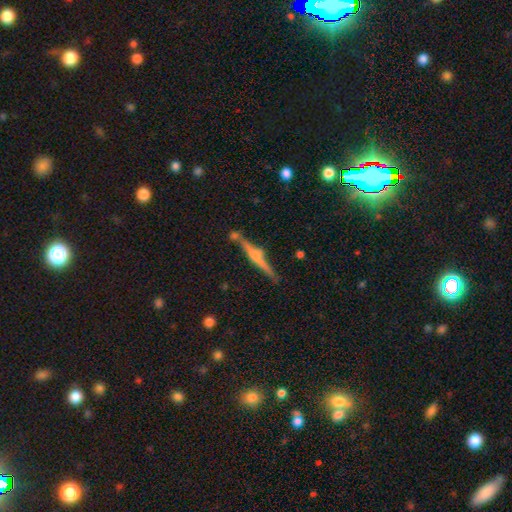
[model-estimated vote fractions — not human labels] Q: Smooth or featured?
A: featured or disk (71%); runner-up: smooth (21%)
Q: Edge-on disk?
A: yes (97%); runner-up: no (3%)
Q: Edge-on bulge?
A: rounded (69%); runner-up: boxy (16%)
Q: Merging?
A: none (77%); runner-up: minor disturbance (12%)